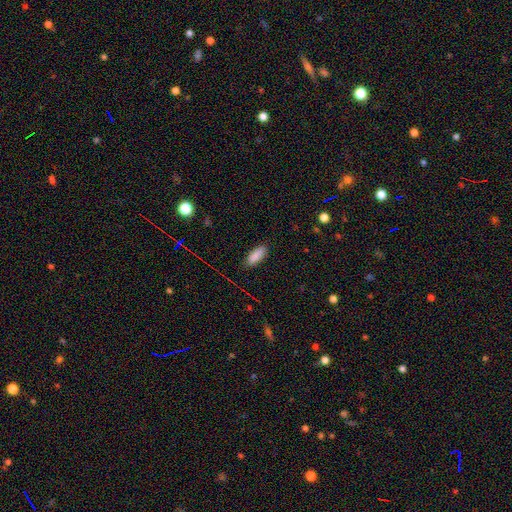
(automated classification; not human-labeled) Q: Smooth or featured?
A: smooth (88%); runner-up: star or artifact (8%)
Q: How rounded?
A: in between (72%); runner-up: cigar-shaped (26%)
Q: Merging?
A: none (86%); runner-up: minor disturbance (11%)